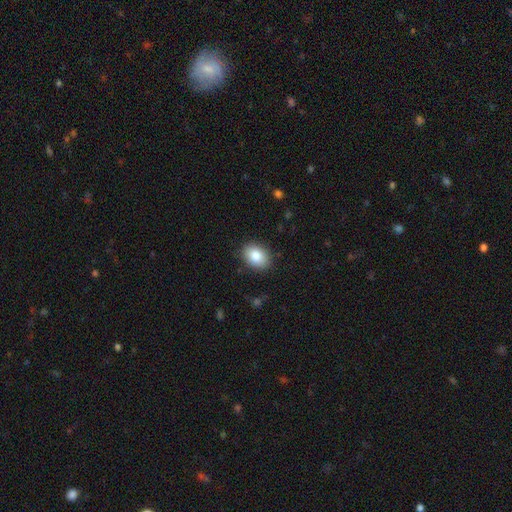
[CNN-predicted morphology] This appears to be a smooth galaxy with no disk features (85%) that is in between round and cigar-shaped (74%). Merging: none (87%).